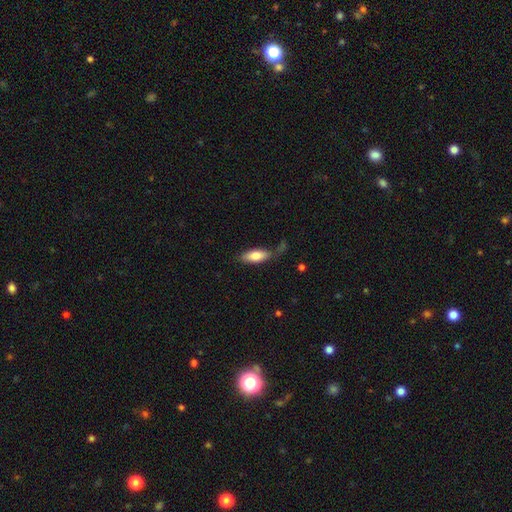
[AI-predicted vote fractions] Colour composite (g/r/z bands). It shows a smooth galaxy with no disk features (78%) that is in between round and cigar-shaped (75%). Merging: none (58%).